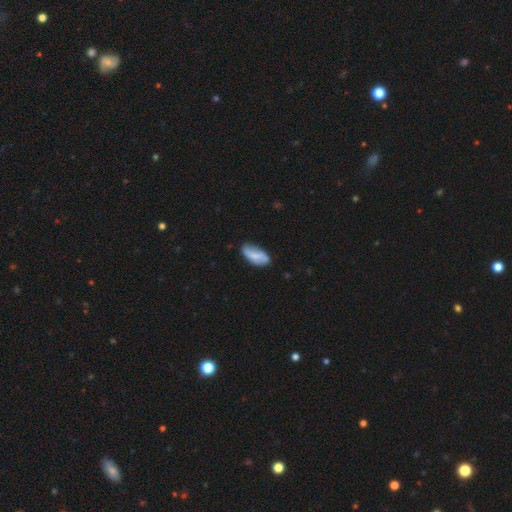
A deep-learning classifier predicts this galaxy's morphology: smooth-or-featured: smooth: 61% | featured or disk: 32% | star or artifact: 7%
  how-rounded: in between: 89% | cigar-shaped: 9% | round: 2%
  merging: none: 59% | minor disturbance: 30% | major disturbance: 8% | merger: 3%